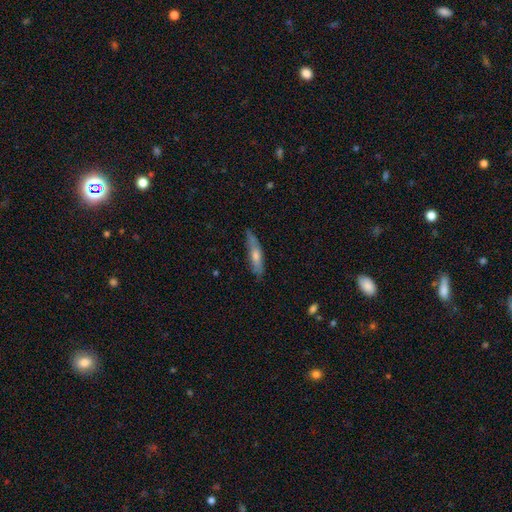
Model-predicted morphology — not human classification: smooth_or_featured: featured or disk (p=0.47) [alt: smooth p=0.46]
merging: none (p=0.77) [alt: minor disturbance p=0.18]